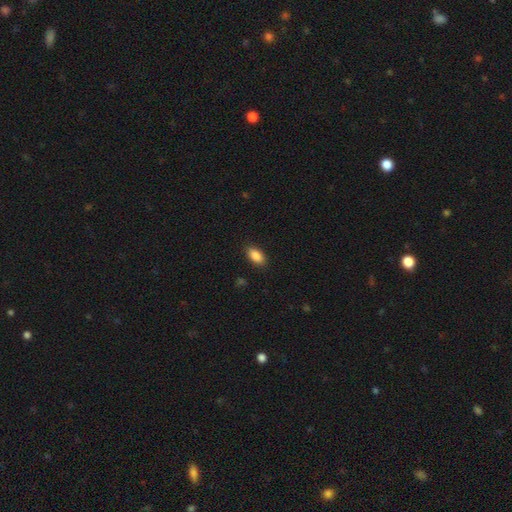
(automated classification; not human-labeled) Smooth or featured?
  - smooth: 88% *
  - star or artifact: 7%
  - featured or disk: 4%
How rounded?
  - in between: 92% *
  - round: 4%
  - cigar-shaped: 4%
Merging?
  - none: 88% *
  - minor disturbance: 9%
  - major disturbance: 2%
  - merger: 1%